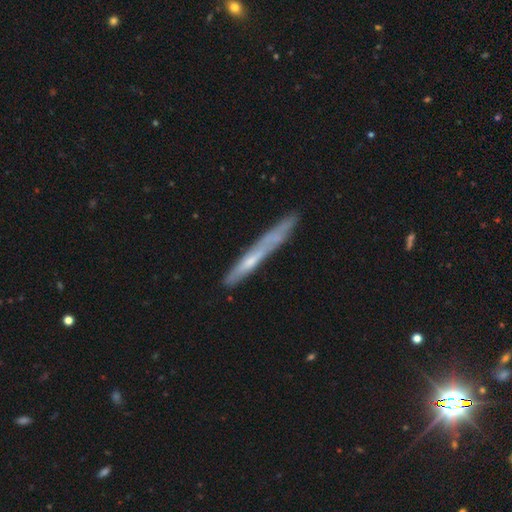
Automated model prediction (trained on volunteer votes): A featured or disk galaxy (52%) viewed edge-on (85%).

Vote fractions:
- Smooth or featured? featured or disk: 52% / smooth: 40% / star or artifact: 8%
- Edge-on disk? yes: 85% / no: 15%
- Merging? none: 75% / minor disturbance: 17% / major disturbance: 5% / merger: 4%